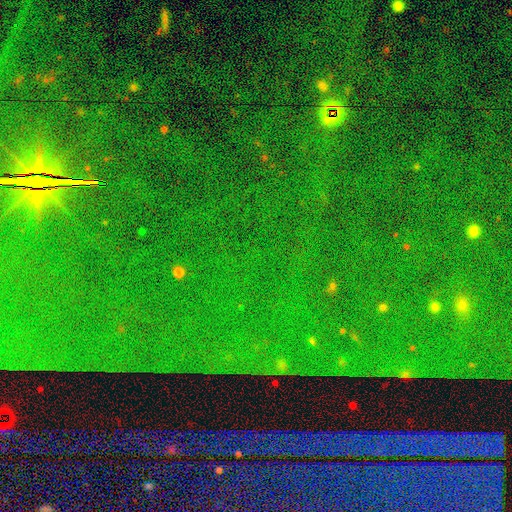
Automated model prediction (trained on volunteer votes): Morphology: type=star or artifact (87%).